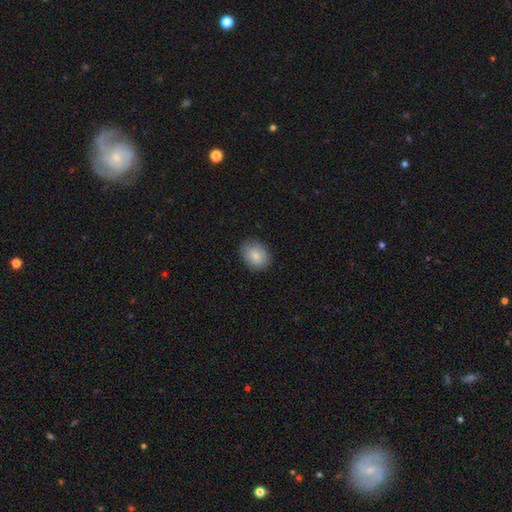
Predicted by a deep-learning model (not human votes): A smooth galaxy with no disk features (85%) that is in between round and cigar-shaped (64%).

Vote fractions:
- Smooth or featured? smooth: 85% / featured or disk: 8% / star or artifact: 7%
- How rounded? in between: 64% / round: 35% / cigar-shaped: 1%
- Merging? none: 83% / minor disturbance: 13% / major disturbance: 3% / merger: 1%